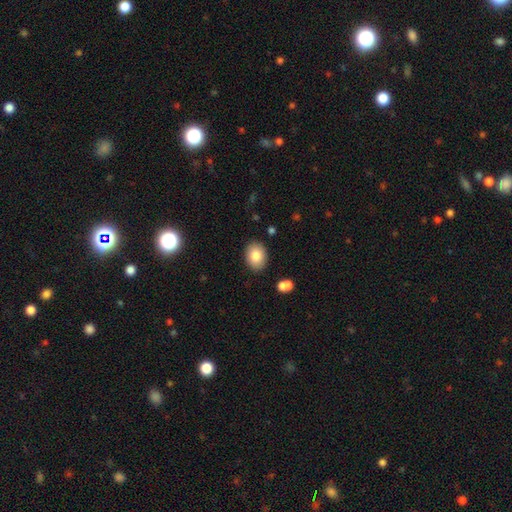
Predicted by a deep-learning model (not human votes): Smooth or featured?
  - smooth: 82% *
  - featured or disk: 10%
  - star or artifact: 8%
How rounded?
  - in between: 69% *
  - round: 30%
  - cigar-shaped: 1%
Merging?
  - none: 87% *
  - minor disturbance: 9%
  - major disturbance: 2%
  - merger: 2%